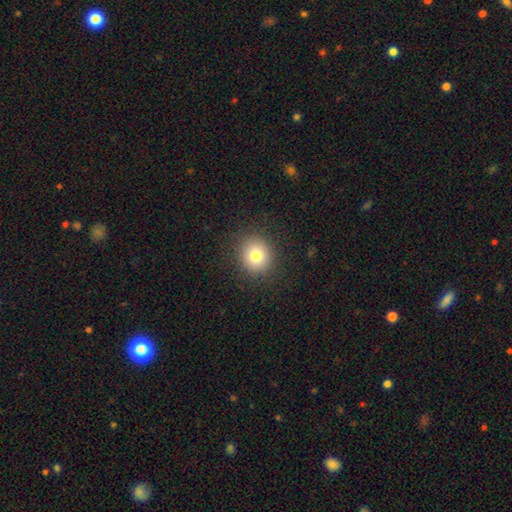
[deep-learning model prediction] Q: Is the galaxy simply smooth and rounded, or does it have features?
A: smooth — 78%.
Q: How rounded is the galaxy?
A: round — 85%.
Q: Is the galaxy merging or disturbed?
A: none — 89%.